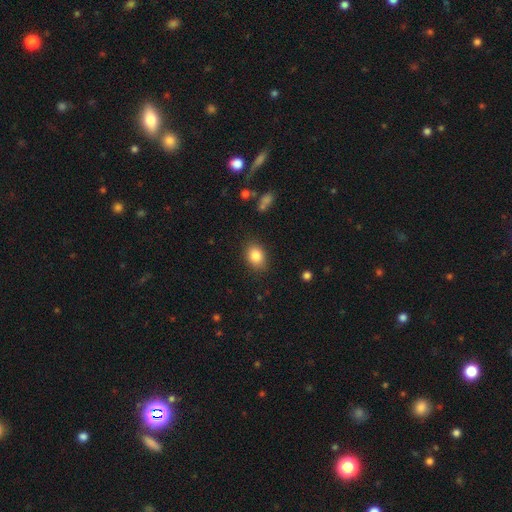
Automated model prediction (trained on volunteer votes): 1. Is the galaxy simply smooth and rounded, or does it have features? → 85% smooth, 9% star or artifact, 6% featured or disk.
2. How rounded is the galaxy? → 68% in between, 31% round, 1% cigar-shaped.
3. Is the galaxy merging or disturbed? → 85% none, 11% minor disturbance, 3% major disturbance, 1% merger.